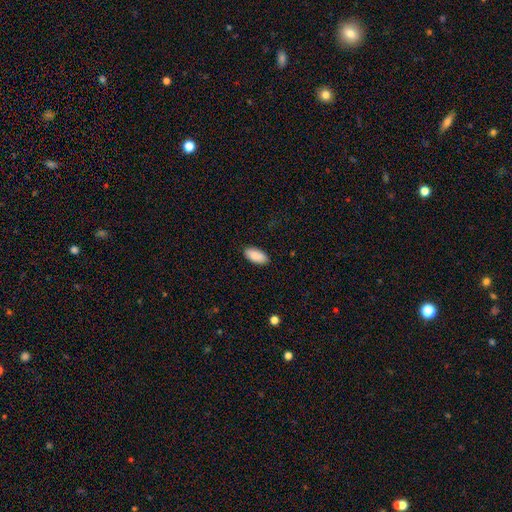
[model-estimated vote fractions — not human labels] Smooth or featured?
  - smooth: 90% *
  - star or artifact: 6%
  - featured or disk: 4%
How rounded?
  - in between: 93% *
  - cigar-shaped: 5%
  - round: 2%
Merging?
  - none: 88% *
  - minor disturbance: 9%
  - major disturbance: 2%
  - merger: 1%